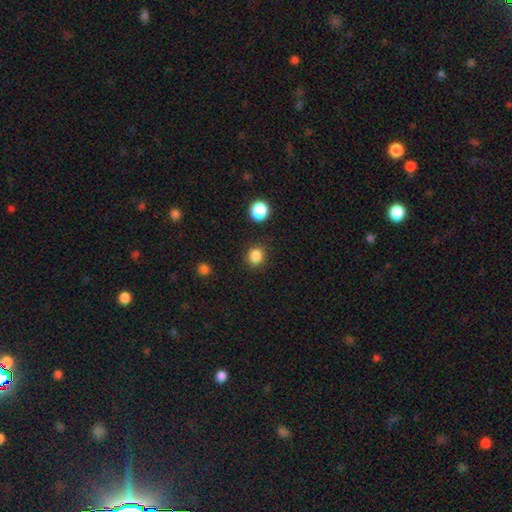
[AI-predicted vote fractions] Q: Smooth or featured?
A: smooth (85%); runner-up: star or artifact (12%)
Q: How rounded?
A: round (88%); runner-up: in between (11%)
Q: Merging?
A: none (87%); runner-up: minor disturbance (8%)